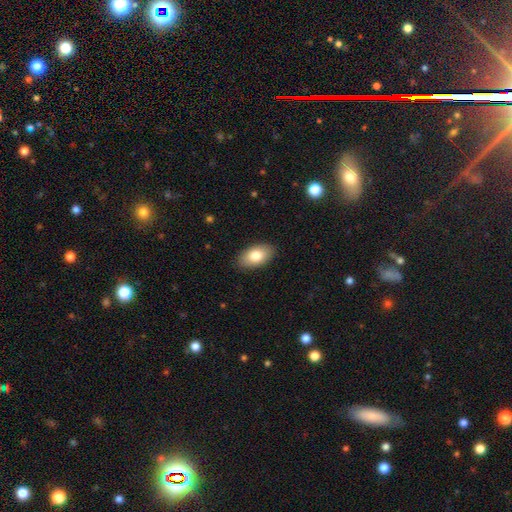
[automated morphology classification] Smooth or featured? smooth (81%)
How rounded? in between (94%)
Merging? none (88%)